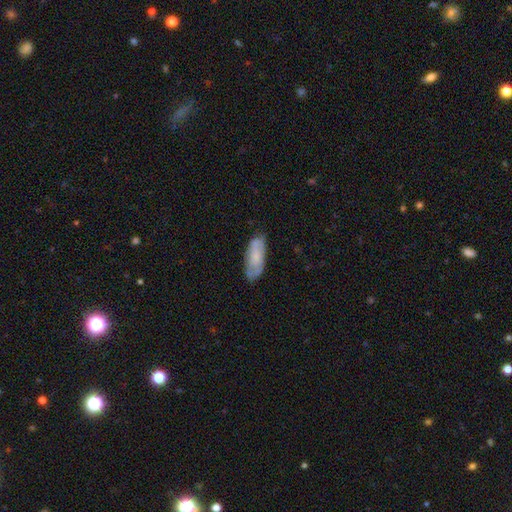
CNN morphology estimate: This is possibly a smooth galaxy (57%). How rounded: likely in between (77%). Merging: likely none (72%).